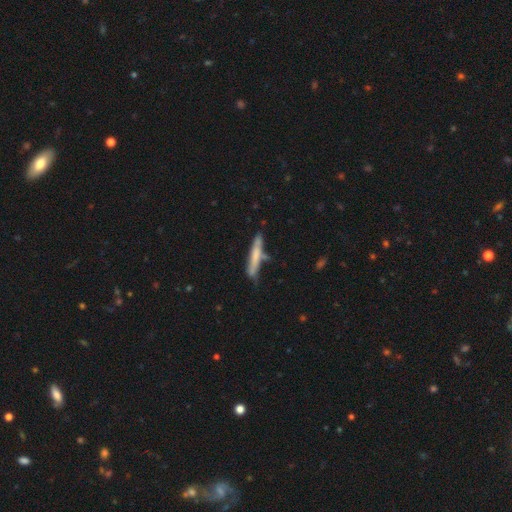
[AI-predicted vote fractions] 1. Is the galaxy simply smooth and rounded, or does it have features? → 61% smooth, 33% featured or disk, 7% star or artifact.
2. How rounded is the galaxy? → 91% cigar-shaped, 7% in between, 1% round.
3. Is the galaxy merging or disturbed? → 60% none, 24% minor disturbance, 9% merger, 7% major disturbance.